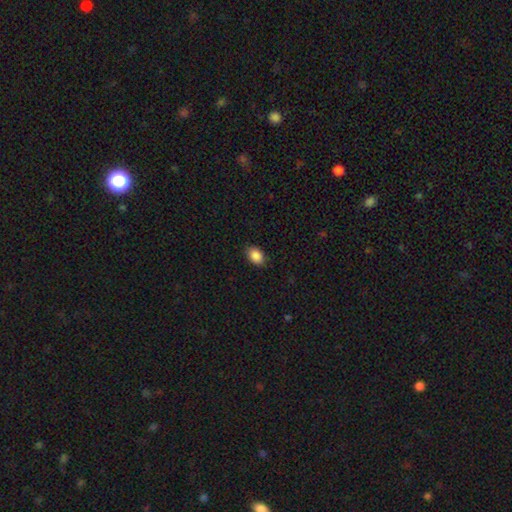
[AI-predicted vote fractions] smooth-or-featured: smooth: 89% | star or artifact: 8% | featured or disk: 3%
  how-rounded: in between: 82% | round: 16% | cigar-shaped: 1%
  merging: none: 87% | minor disturbance: 10% | major disturbance: 2% | merger: 1%